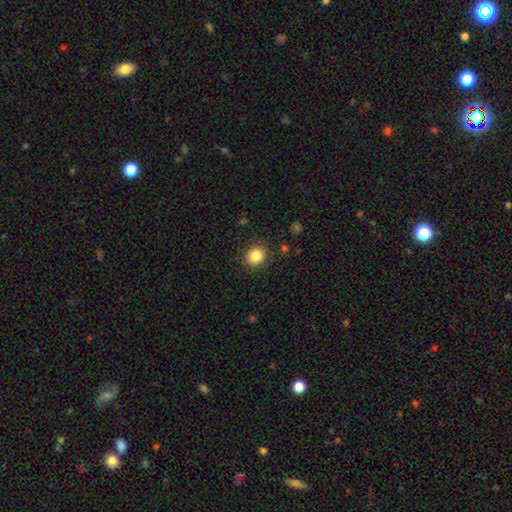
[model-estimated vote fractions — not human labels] This is clearly a smooth galaxy (85%). How rounded: likely round (78%). Merging: clearly none (89%).